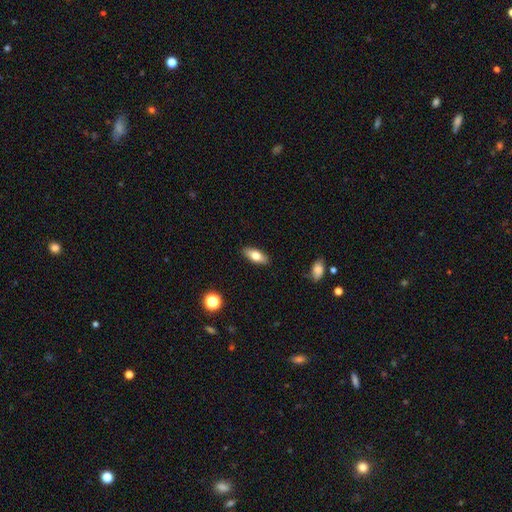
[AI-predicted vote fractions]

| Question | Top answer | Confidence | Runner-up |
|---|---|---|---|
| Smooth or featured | smooth | 71% | featured or disk (22%) |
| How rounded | in between | 78% | cigar-shaped (18%) |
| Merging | none | 89% | minor disturbance (8%) |